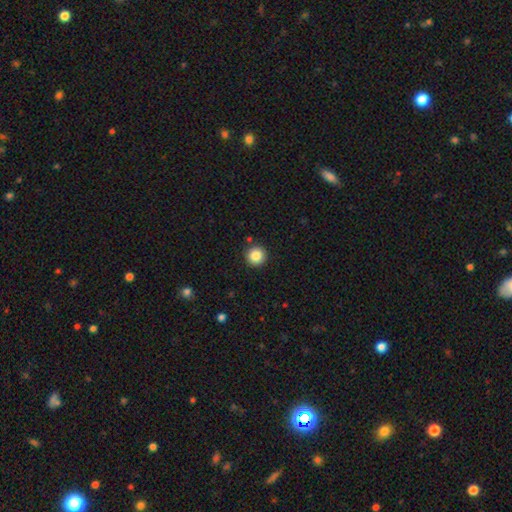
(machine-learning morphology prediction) Smooth or featured: smooth — 85% (star or artifact — 10%)
How rounded: round — 96% (in between — 3%)
Merging: none — 91% (minor disturbance — 5%)